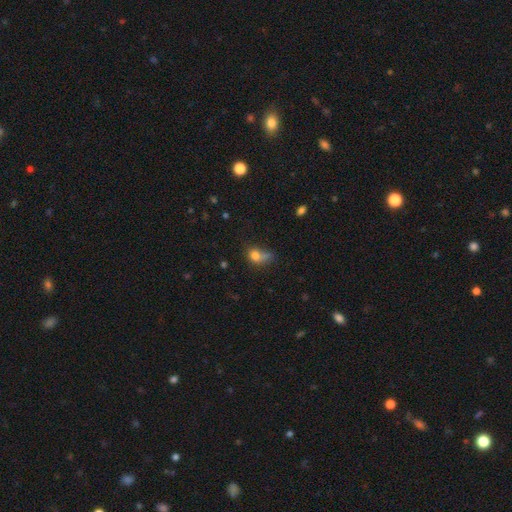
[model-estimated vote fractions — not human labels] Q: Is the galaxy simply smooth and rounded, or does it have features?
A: smooth — 75%.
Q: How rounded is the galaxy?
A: in between — 50%.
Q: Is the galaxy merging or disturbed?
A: none — 31%.